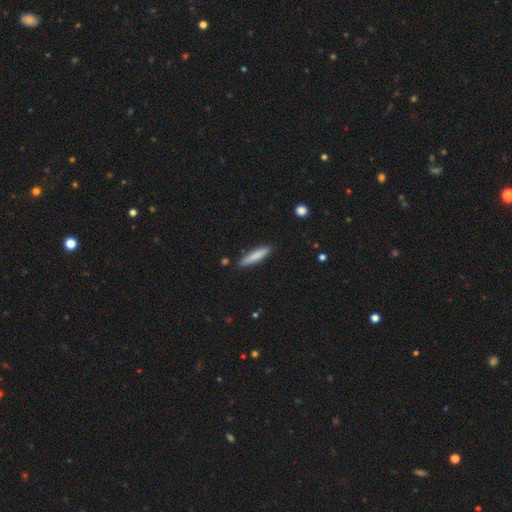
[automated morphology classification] smooth 79%, featured or disk 15%, star or artifact 6%. Down the decision tree: how rounded — cigar-shaped (88%); merging — none (85%).